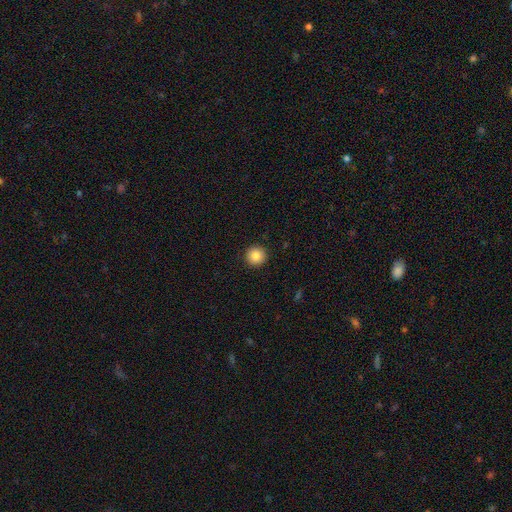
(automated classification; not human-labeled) A smooth galaxy with no disk features (85%) that is round (96%).

Vote fractions:
- Smooth or featured? smooth: 85% / star or artifact: 9% / featured or disk: 6%
- How rounded? round: 96% / in between: 3% / cigar-shaped: 1%
- Merging? none: 93% / minor disturbance: 5% / major disturbance: 2% / merger: 1%